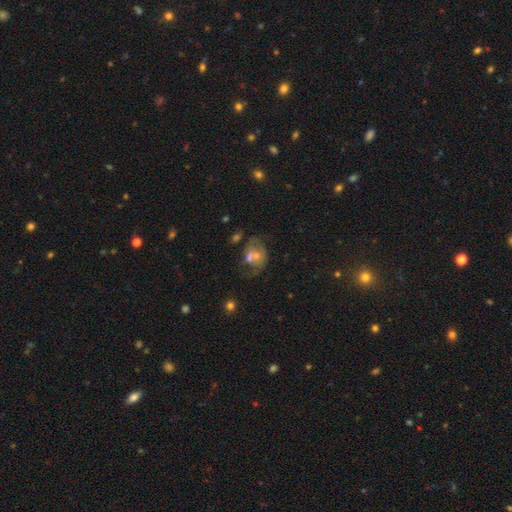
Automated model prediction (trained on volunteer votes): This is possibly a featured or disk galaxy (49%). Merging: marginally merger (39%).